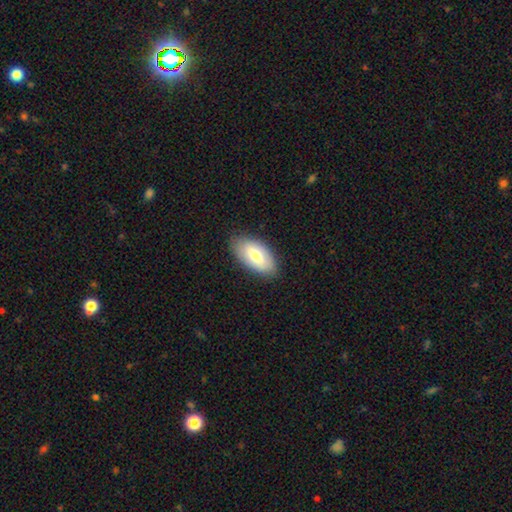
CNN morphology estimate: Q: Smooth or featured?
A: smooth (66%); runner-up: featured or disk (28%)
Q: How rounded?
A: in between (92%); runner-up: cigar-shaped (5%)
Q: Merging?
A: none (84%); runner-up: minor disturbance (12%)